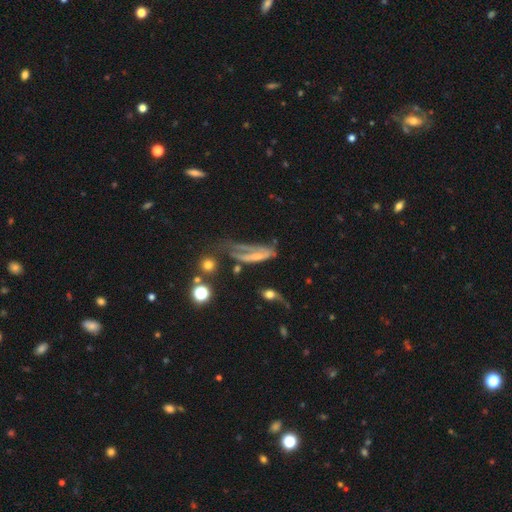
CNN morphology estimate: Smooth or featured? Predicted: featured or disk (p=0.52). Edge-on disk? Predicted: no (p=0.69). Merging? Predicted: major disturbance (p=0.44).